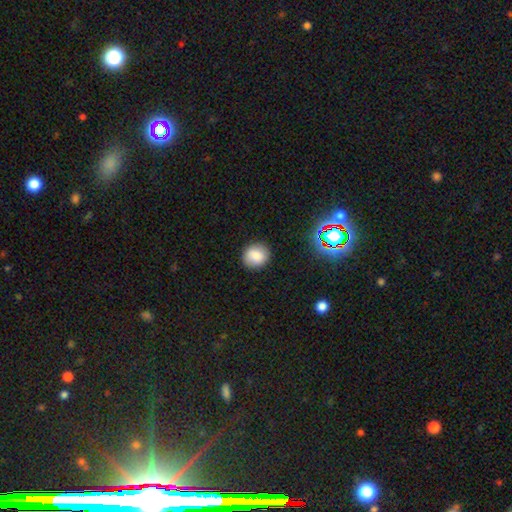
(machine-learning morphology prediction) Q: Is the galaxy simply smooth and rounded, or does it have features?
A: smooth — 84%.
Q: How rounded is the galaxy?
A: round — 82%.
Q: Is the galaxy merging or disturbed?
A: none — 89%.